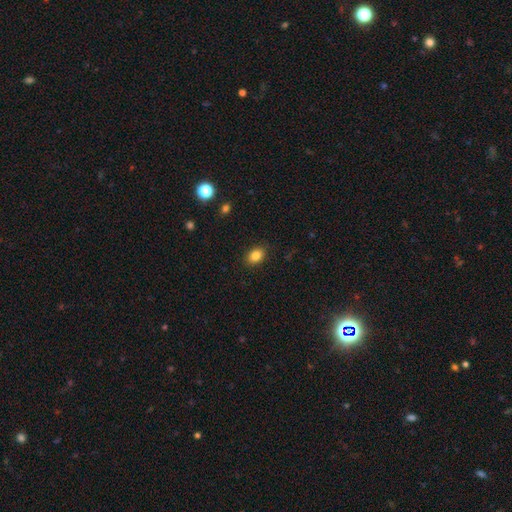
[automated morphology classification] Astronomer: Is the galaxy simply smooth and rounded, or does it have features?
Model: smooth — 84%.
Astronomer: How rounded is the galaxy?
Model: in between — 74%.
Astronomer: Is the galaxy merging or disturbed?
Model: none — 88%.